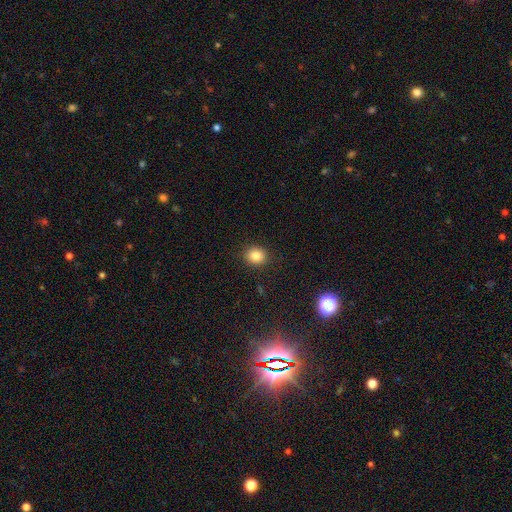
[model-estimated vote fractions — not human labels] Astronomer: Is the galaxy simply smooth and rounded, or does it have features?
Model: smooth — 85%.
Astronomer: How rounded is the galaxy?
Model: round — 71%.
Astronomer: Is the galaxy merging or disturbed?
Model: none — 89%.